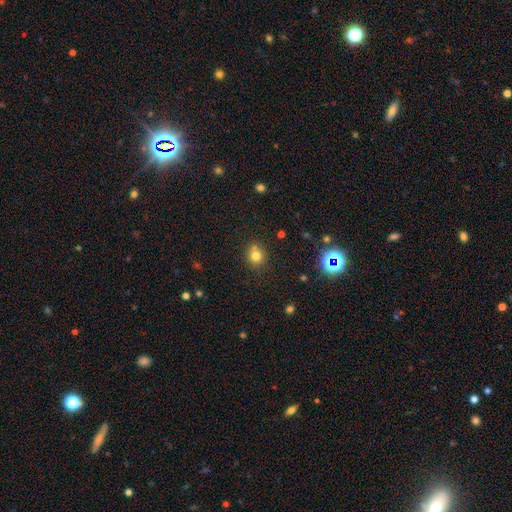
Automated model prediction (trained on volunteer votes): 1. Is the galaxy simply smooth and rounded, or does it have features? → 76% smooth, 16% star or artifact, 8% featured or disk.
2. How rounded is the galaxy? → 87% round, 13% in between, 1% cigar-shaped.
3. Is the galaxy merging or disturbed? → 68% none, 19% merger, 11% minor disturbance, 3% major disturbance.